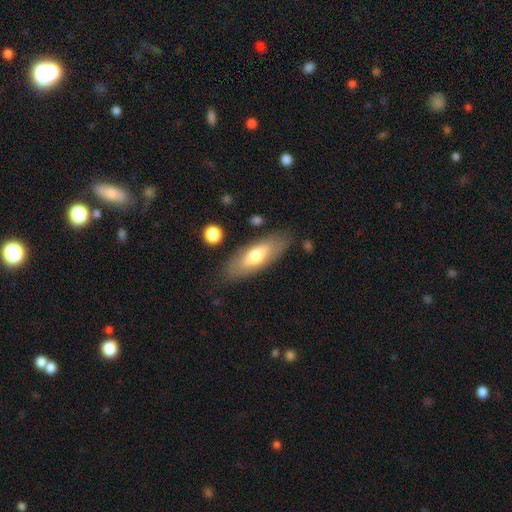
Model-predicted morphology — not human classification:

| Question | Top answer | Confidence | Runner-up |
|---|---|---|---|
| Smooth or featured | smooth | 62% | featured or disk (32%) |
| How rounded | in between | 65% | cigar-shaped (33%) |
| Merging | none | 80% | minor disturbance (13%) |